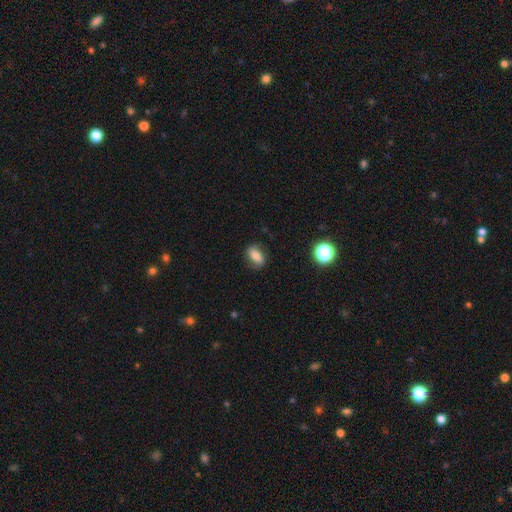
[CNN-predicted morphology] This is likely a smooth galaxy (70%). How rounded: clearly in between (80%). Merging: likely none (78%).